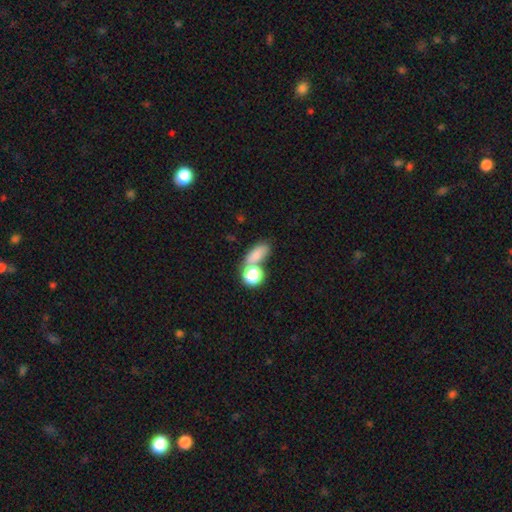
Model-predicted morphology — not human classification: Smooth or featured?
  - smooth: 75% *
  - star or artifact: 14%
  - featured or disk: 11%
How rounded?
  - in between: 65% *
  - round: 24%
  - cigar-shaped: 11%
Merging?
  - none: 43% *
  - merger: 36%
  - minor disturbance: 13%
  - major disturbance: 8%